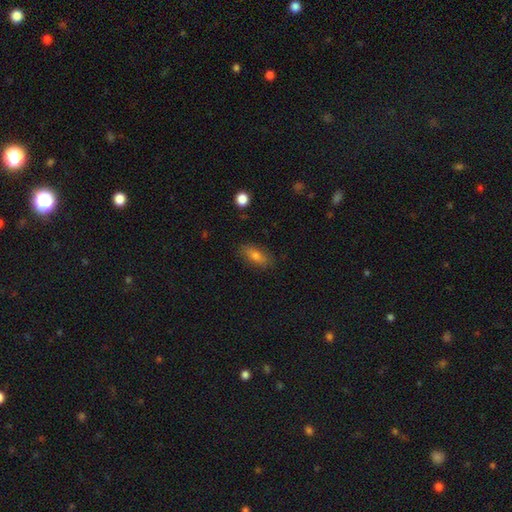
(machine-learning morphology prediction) smooth-or-featured: smooth: 70% | featured or disk: 21% | star or artifact: 9%
  how-rounded: in between: 77% | cigar-shaped: 17% | round: 5%
  merging: none: 84% | minor disturbance: 12% | major disturbance: 3% | merger: 1%